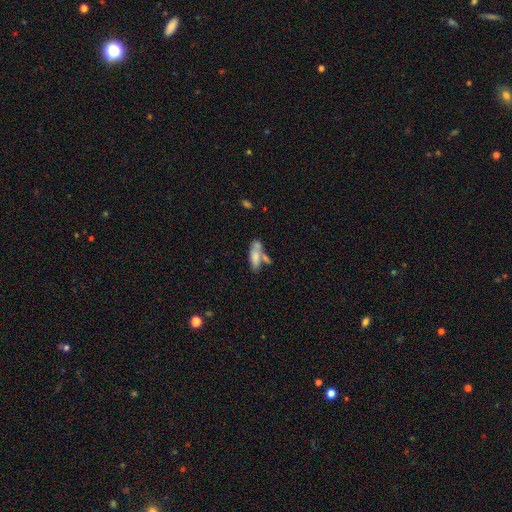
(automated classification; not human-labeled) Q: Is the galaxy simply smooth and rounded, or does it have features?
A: smooth — 68%.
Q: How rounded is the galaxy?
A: in between — 67%.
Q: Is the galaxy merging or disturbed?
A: merger — 38%.